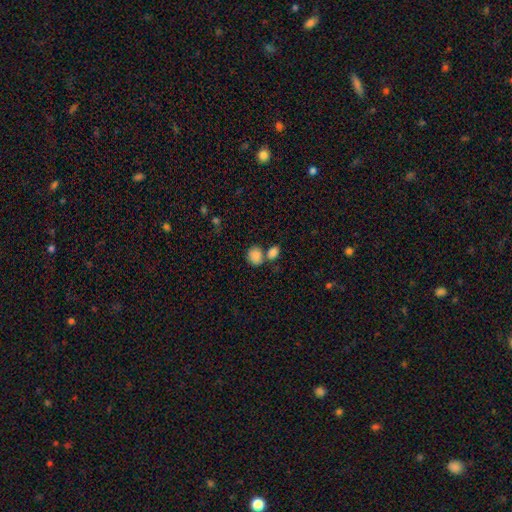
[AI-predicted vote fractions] Overall: smooth (86%). How rounded: round (52%; in between 47%). Merging: none (44%; merger 42%).